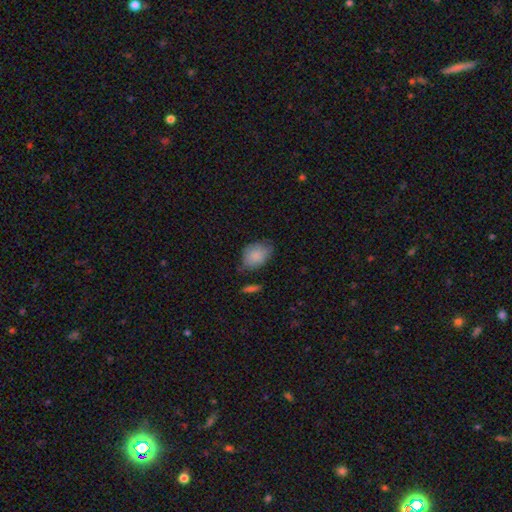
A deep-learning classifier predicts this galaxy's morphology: Smooth or featured?
  - smooth: 85% *
  - featured or disk: 8%
  - star or artifact: 7%
How rounded?
  - in between: 74% *
  - round: 25%
  - cigar-shaped: 1%
Merging?
  - none: 57% *
  - minor disturbance: 31%
  - major disturbance: 8%
  - merger: 4%